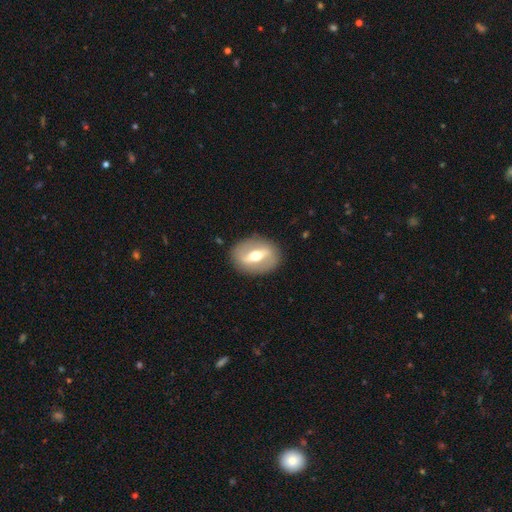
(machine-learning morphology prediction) This is likely a featured or disk galaxy (64%). It is likely not viewed edge-on (79%). Bar: likely strong (63%). Spiral arm pattern: likely no (76%). Central bulge: likely moderate (71%). Merging: clearly none (87%).